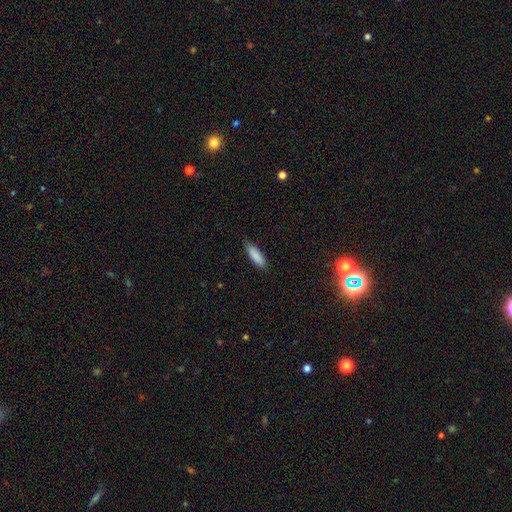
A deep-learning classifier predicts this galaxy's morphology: Smooth or featured?
  - smooth: 88% *
  - featured or disk: 6%
  - star or artifact: 6%
How rounded?
  - cigar-shaped: 53% *
  - in between: 46%
  - round: 1%
Merging?
  - none: 83% *
  - minor disturbance: 14%
  - major disturbance: 2%
  - merger: 1%